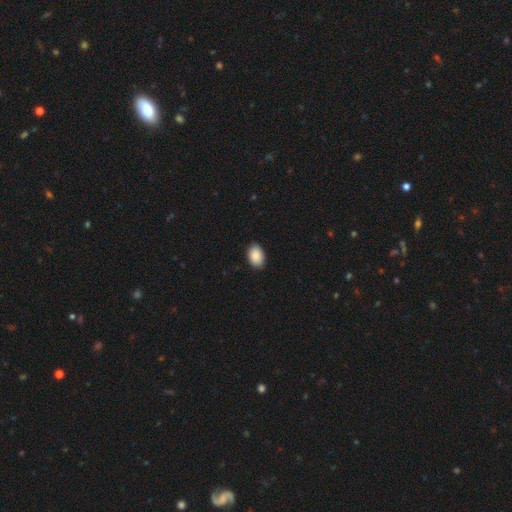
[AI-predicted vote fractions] This appears to be a smooth galaxy with no disk features (89%) that is in between round and cigar-shaped (89%). Merging: none (89%).